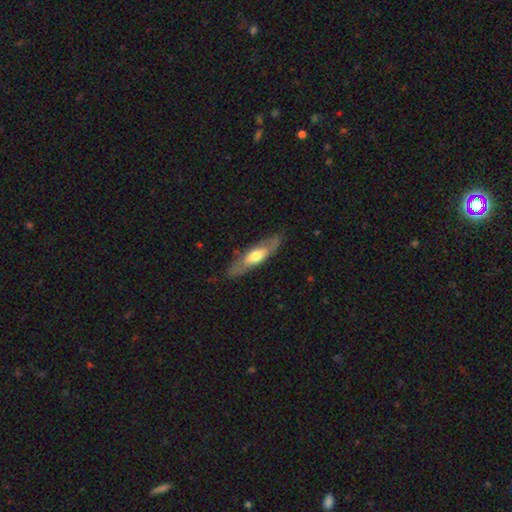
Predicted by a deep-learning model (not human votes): smooth_or_featured: featured or disk (p=0.51) [alt: smooth p=0.44]
disk_edge_on: no (p=0.51) [alt: yes p=0.49]
merging: none (p=0.79) [alt: minor disturbance p=0.15]